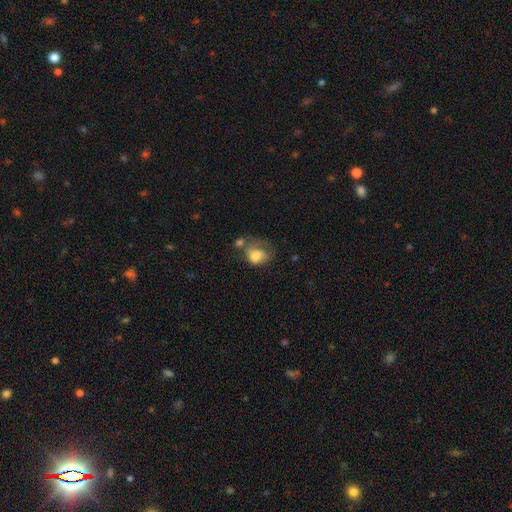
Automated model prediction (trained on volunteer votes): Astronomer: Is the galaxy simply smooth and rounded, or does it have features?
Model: smooth — 71%.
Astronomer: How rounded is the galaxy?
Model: in between — 61% (runner-up: round, 38%).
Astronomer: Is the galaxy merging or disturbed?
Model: major disturbance — 32% (runner-up: minor disturbance, 25%).